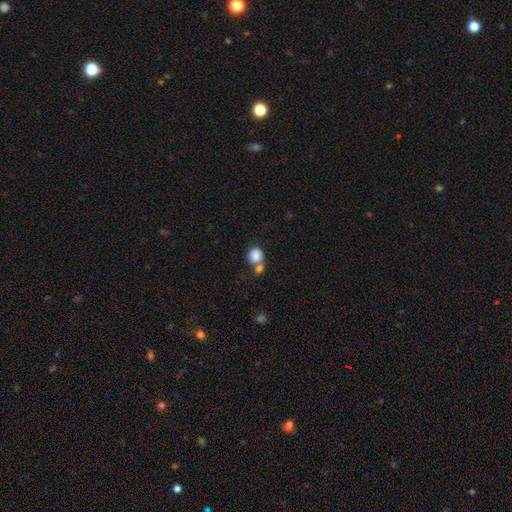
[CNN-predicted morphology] smooth-or-featured: smooth: 84% | star or artifact: 9% | featured or disk: 8%
  how-rounded: round: 78% | in between: 22% | cigar-shaped: 1%
  merging: merger: 46% | none: 38% | minor disturbance: 11% | major disturbance: 5%